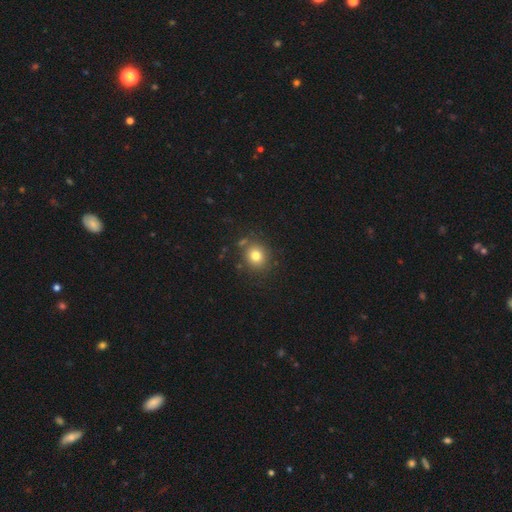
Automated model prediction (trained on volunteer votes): This is likely a smooth galaxy (79%). How rounded: likely round (78%). Merging: likely none (80%).